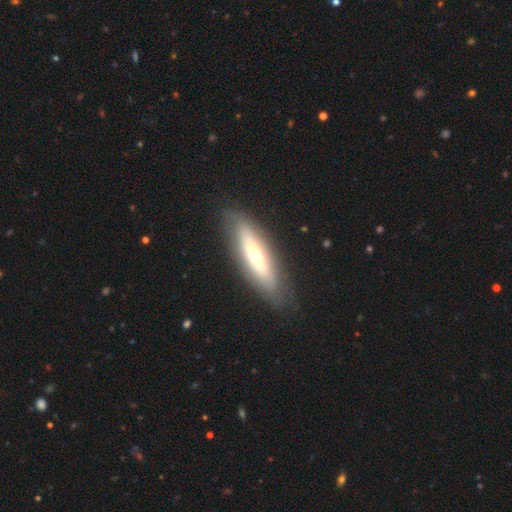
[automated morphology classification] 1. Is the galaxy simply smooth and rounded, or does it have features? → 48% featured or disk, 46% smooth, 6% star or artifact.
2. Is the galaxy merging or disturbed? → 82% none, 13% minor disturbance, 4% major disturbance, 1% merger.